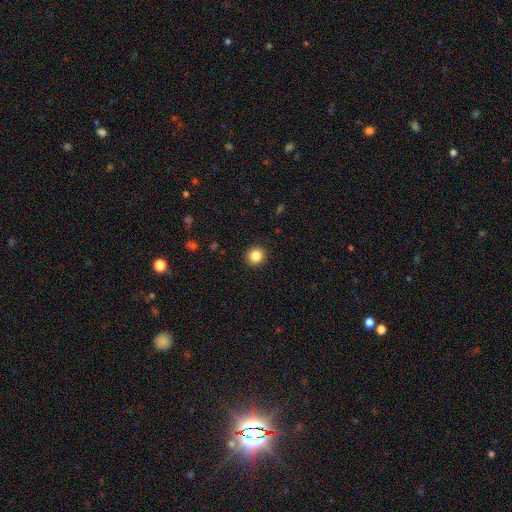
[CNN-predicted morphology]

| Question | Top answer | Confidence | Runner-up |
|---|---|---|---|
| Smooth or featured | smooth | 85% | star or artifact (10%) |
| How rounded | round | 90% | in between (9%) |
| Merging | none | 92% | minor disturbance (5%) |